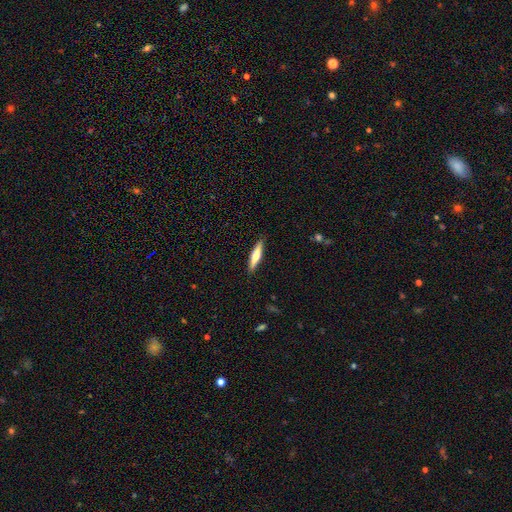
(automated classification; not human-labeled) Smooth or featured?
  - smooth: 54% *
  - featured or disk: 40%
  - star or artifact: 5%
How rounded?
  - cigar-shaped: 84% *
  - in between: 15%
  - round: 2%
Merging?
  - none: 90% *
  - minor disturbance: 7%
  - major disturbance: 2%
  - merger: 1%